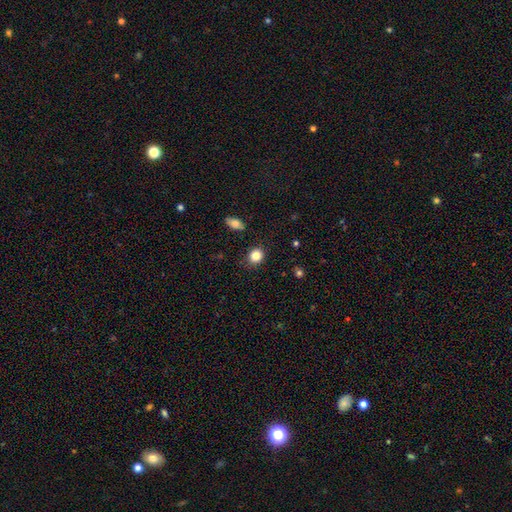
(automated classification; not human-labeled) A smooth galaxy with no disk features (85%) that is round (73%). Merging: none (87%).